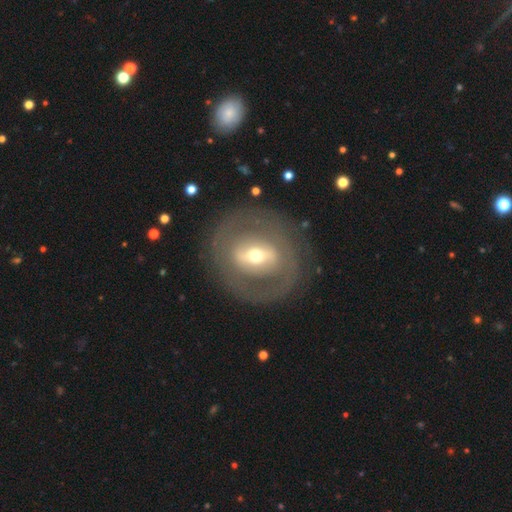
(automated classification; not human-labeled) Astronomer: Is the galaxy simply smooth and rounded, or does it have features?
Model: featured or disk — 67%.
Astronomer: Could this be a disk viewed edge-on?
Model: no — 92%.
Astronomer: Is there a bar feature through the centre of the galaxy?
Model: strong — 44% (runner-up: weak, 33%).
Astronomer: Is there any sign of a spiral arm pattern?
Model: no — 69%.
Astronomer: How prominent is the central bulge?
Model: moderate — 54% (runner-up: small, 37%).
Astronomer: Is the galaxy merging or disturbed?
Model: none — 81%.